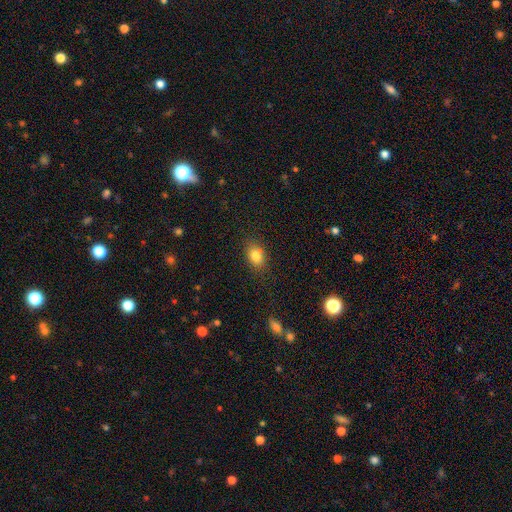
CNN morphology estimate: smooth-or-featured: smooth: 82% | star or artifact: 11% | featured or disk: 8%
  how-rounded: in between: 68% | round: 30% | cigar-shaped: 2%
  merging: none: 83% | minor disturbance: 12% | major disturbance: 3% | merger: 1%